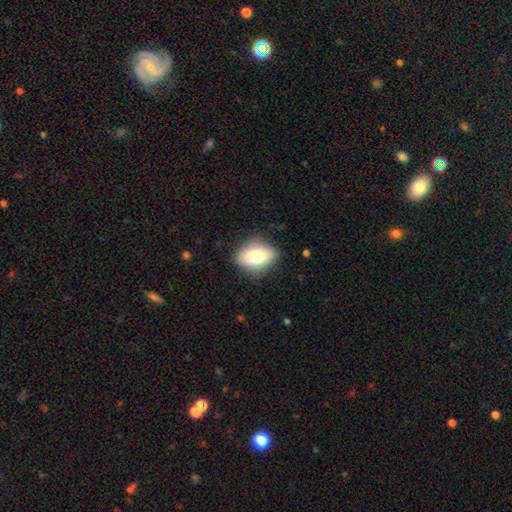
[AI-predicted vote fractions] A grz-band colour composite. It shows a smooth galaxy with no disk features (76%) that is in between round and cigar-shaped (81%). Merging: none (81%).